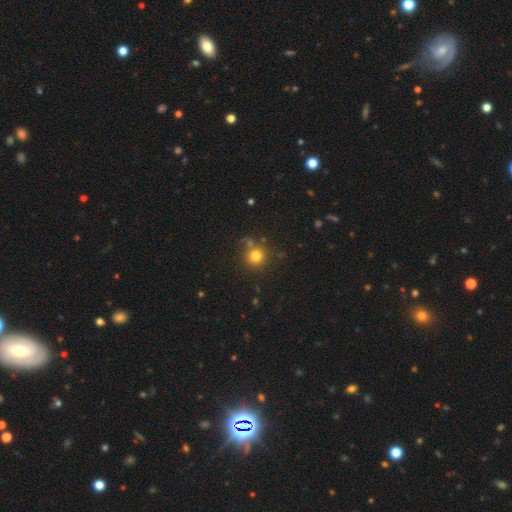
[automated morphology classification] Smooth or featured? Predicted: smooth (p=0.79). How rounded? Predicted: round (p=0.92). Merging? Predicted: none (p=0.76).